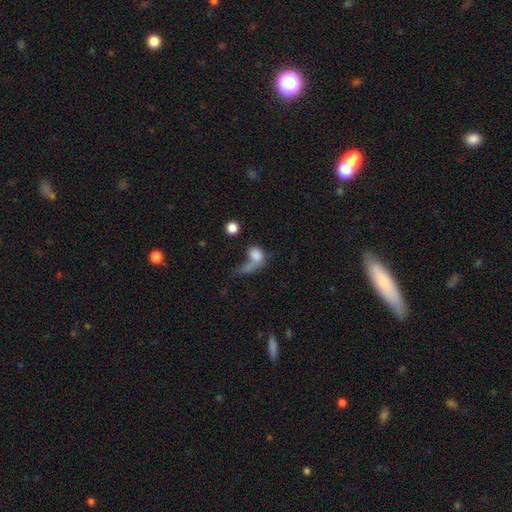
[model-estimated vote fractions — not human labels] A smooth galaxy with no disk features (73%) that is in between round and cigar-shaped (62%).

Vote fractions:
- Smooth or featured? smooth: 73% / featured or disk: 16% / star or artifact: 11%
- How rounded? in between: 62% / round: 34% / cigar-shaped: 4%
- Merging? major disturbance: 37% / merger: 29% / none: 21% / minor disturbance: 13%